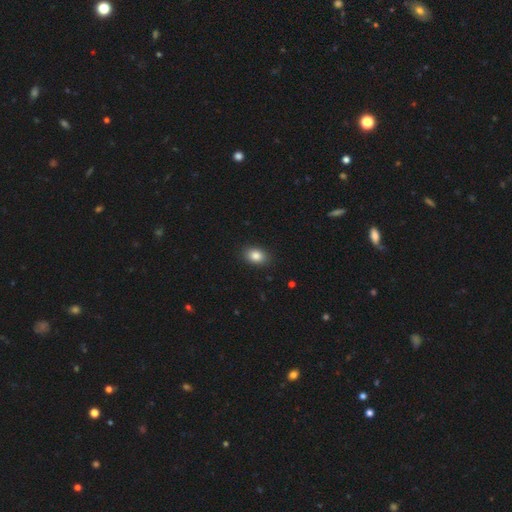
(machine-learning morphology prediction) This is clearly a smooth galaxy (86%). How rounded: clearly in between (81%). Merging: clearly none (89%).